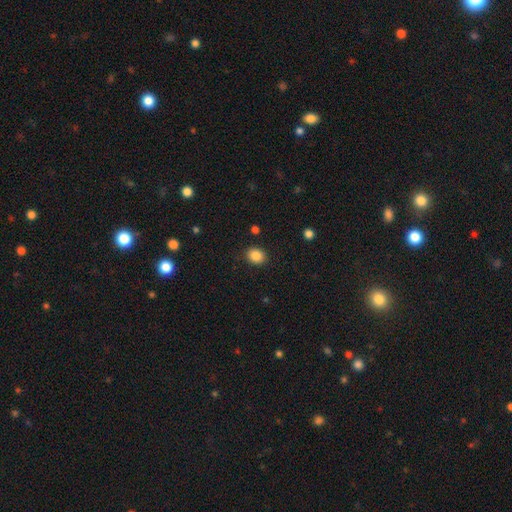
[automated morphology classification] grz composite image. It shows a smooth galaxy with no disk features (86%) that is round (56%). Merging: none (89%).